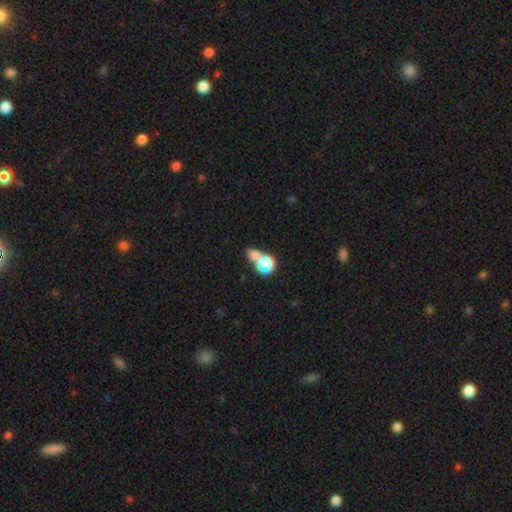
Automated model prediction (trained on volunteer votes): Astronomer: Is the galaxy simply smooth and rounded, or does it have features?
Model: smooth — 72%.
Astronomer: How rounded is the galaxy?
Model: round — 62%.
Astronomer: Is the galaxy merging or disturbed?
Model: merger — 58%.